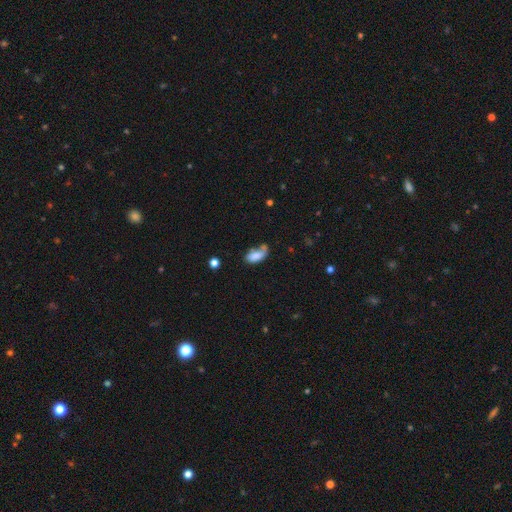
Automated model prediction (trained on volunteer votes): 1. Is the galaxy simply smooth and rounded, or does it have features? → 75% smooth, 16% featured or disk, 8% star or artifact.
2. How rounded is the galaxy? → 89% in between, 6% cigar-shaped, 4% round.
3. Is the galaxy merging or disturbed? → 36% none, 28% minor disturbance, 20% major disturbance, 16% merger.